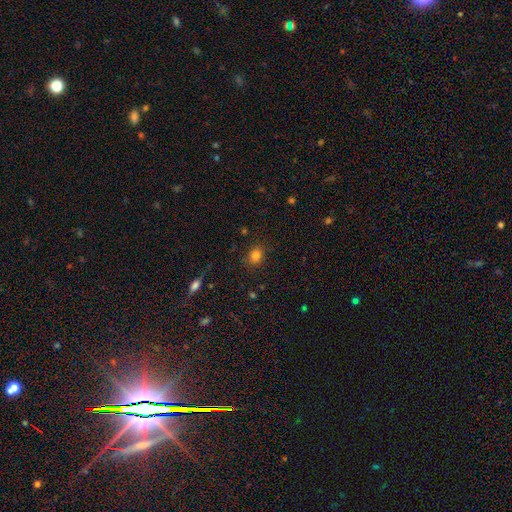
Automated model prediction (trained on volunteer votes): smooth-or-featured: smooth: 81% | star or artifact: 14% | featured or disk: 6%
  how-rounded: round: 66% | in between: 33% | cigar-shaped: 1%
  merging: none: 85% | minor disturbance: 10% | major disturbance: 3% | merger: 1%